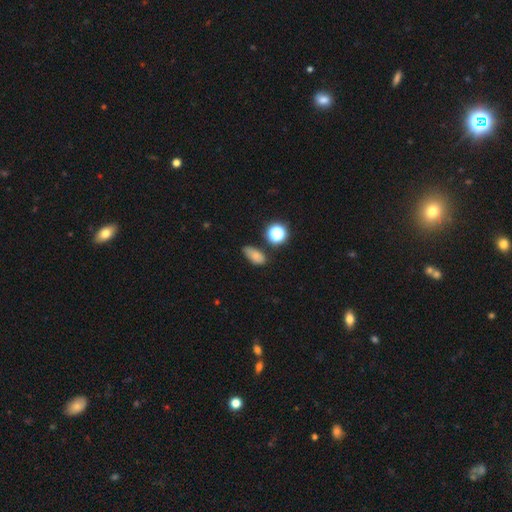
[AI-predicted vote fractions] Q: Smooth or featured?
A: smooth (75%); runner-up: star or artifact (15%)
Q: How rounded?
A: in between (83%); runner-up: round (12%)
Q: Merging?
A: none (61%); runner-up: minor disturbance (28%)